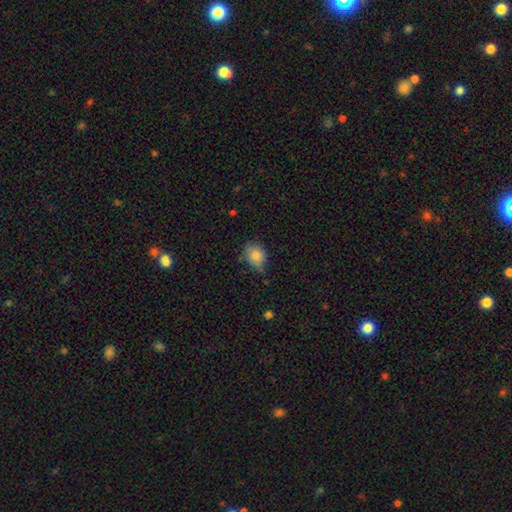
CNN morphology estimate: smooth 84%, star or artifact 9%, featured or disk 8%. Down the decision tree: how rounded — in between (63%); merging — none (58%).